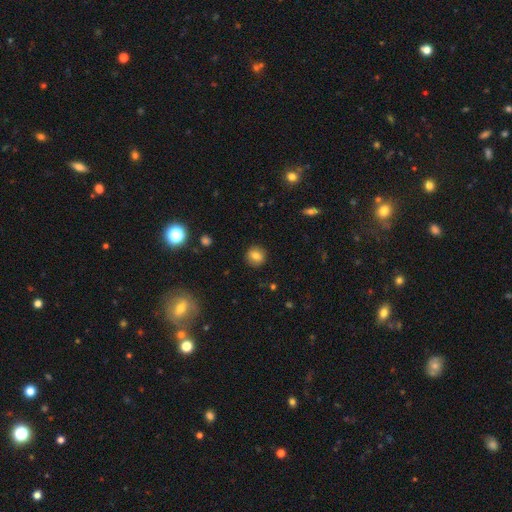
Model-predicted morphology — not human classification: type=smooth (78%); roundness=round (88%); merging=none (90%).